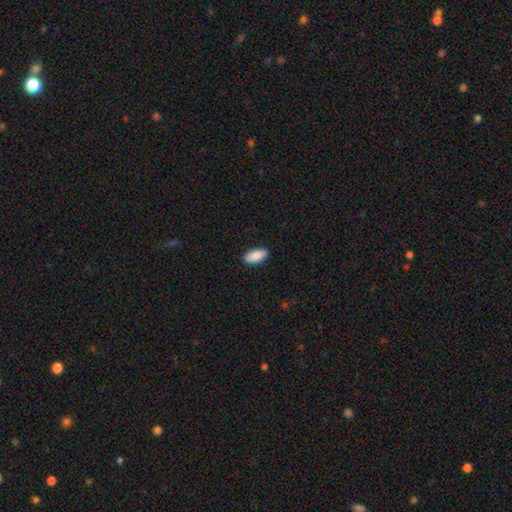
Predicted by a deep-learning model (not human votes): This appears to be a smooth galaxy with no disk features (89%) that is in between round and cigar-shaped (88%). Merging: none (89%).